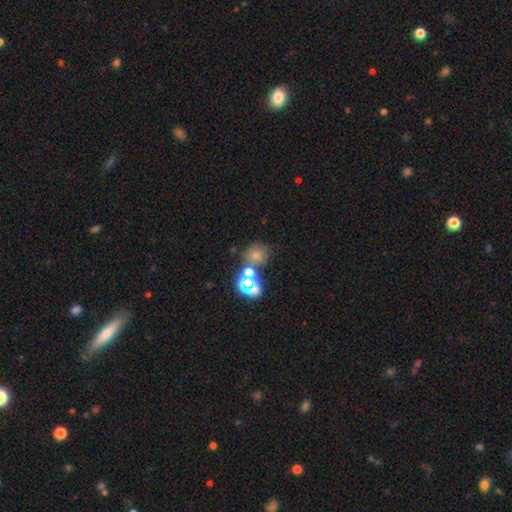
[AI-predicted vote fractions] This appears to be a smooth galaxy with no disk features (53%) that is round (78%). Merging: none (54%).